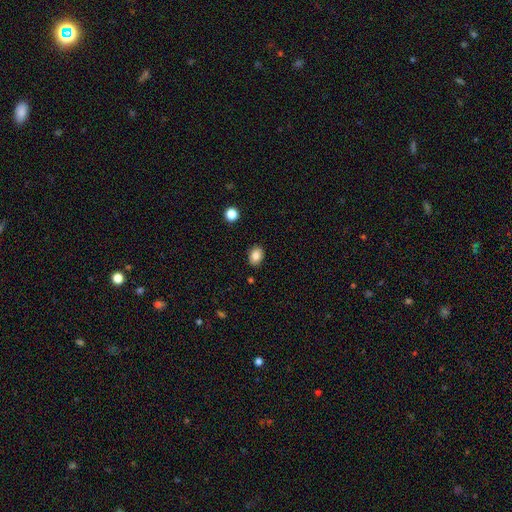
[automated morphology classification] Smooth or featured? Predicted: smooth (p=0.85). How rounded? Predicted: in between (p=0.73). Merging? Predicted: none (p=0.88).